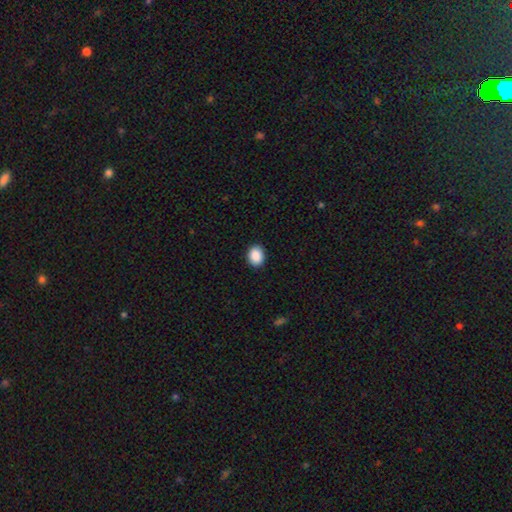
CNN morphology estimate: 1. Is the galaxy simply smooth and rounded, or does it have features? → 89% smooth, 8% star or artifact, 3% featured or disk.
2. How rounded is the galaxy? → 52% in between, 47% round, 1% cigar-shaped.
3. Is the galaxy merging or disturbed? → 91% none, 6% minor disturbance, 2% major disturbance, 1% merger.